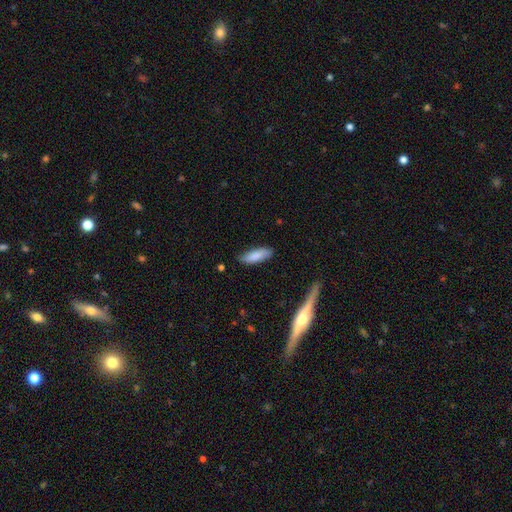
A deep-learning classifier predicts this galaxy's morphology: Overall: smooth (85%). How rounded: in between (58%; cigar-shaped 41%). Merging: none (83%).